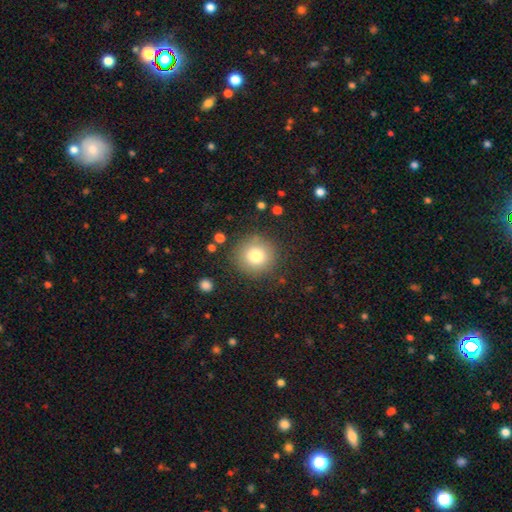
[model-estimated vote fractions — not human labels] Smooth or featured? smooth (78%)
How rounded? round (94%)
Merging? none (85%)